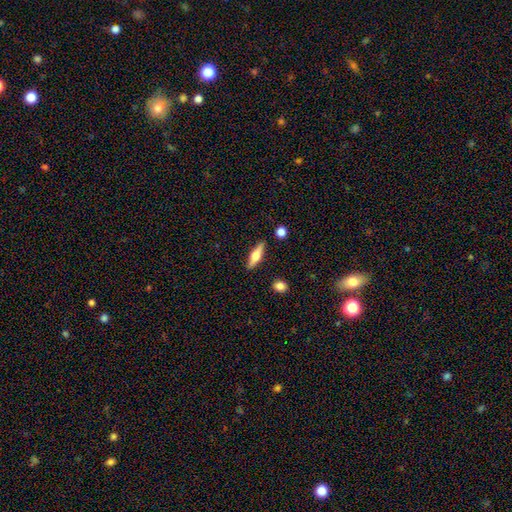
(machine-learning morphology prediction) Smooth or featured? smooth (47%)
Merging? none (86%)